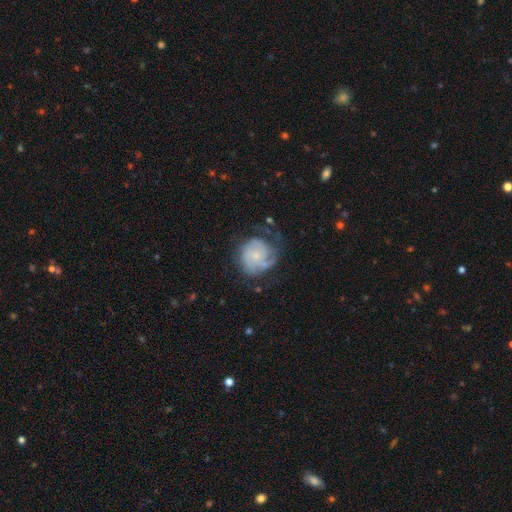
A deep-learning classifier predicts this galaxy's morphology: Overall: featured or disk (72%). Edge-on disk: no (98%). Bar: no (77%). Spiral arms: yes (88%). Spiral arm count: can't tell (36%; 3 23%). Spiral winding: tight (54%; medium 33%). Bulge size: small (73%). Merging: none (52%; minor disturbance 24%).